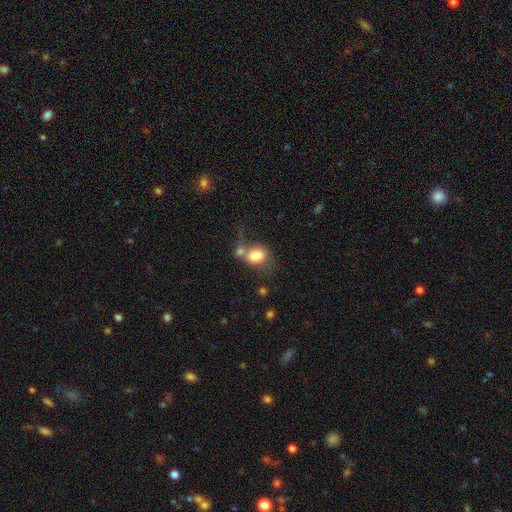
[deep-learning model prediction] smooth 78%, featured or disk 13%, star or artifact 9%. Down the decision tree: how rounded — in between (64%); merging — merger (42%).